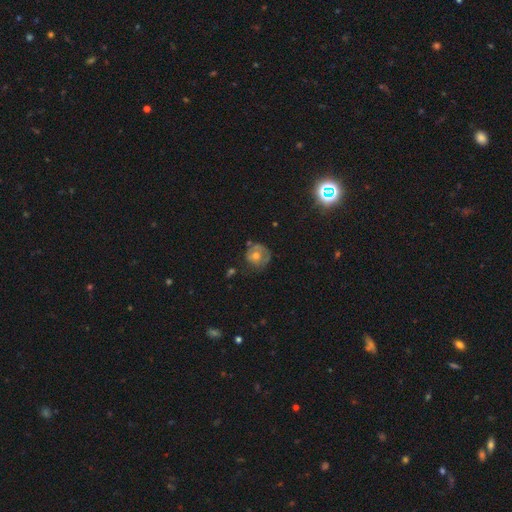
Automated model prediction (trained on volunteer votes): This is possibly a featured or disk galaxy (46%). Merging: likely none (60%).